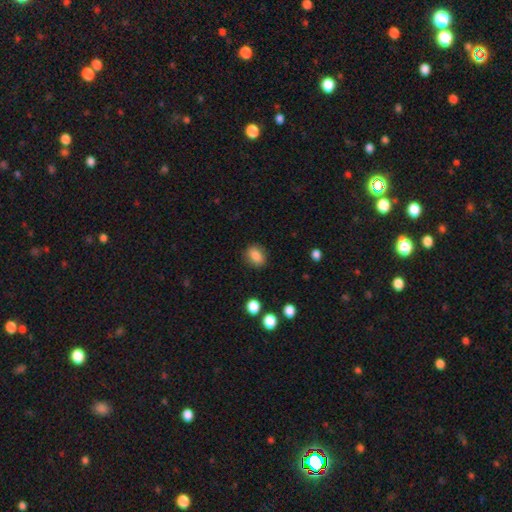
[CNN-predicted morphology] smooth-or-featured: smooth: 85% | star or artifact: 9% | featured or disk: 5%
  how-rounded: in between: 68% | round: 31% | cigar-shaped: 2%
  merging: none: 85% | minor disturbance: 11% | major disturbance: 3% | merger: 1%